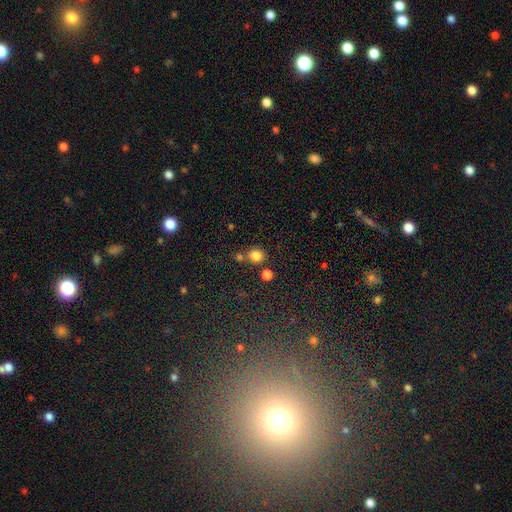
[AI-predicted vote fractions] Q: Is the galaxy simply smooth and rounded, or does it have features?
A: smooth — 81%.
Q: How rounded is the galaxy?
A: round — 82%.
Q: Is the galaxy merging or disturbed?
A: none — 67%.